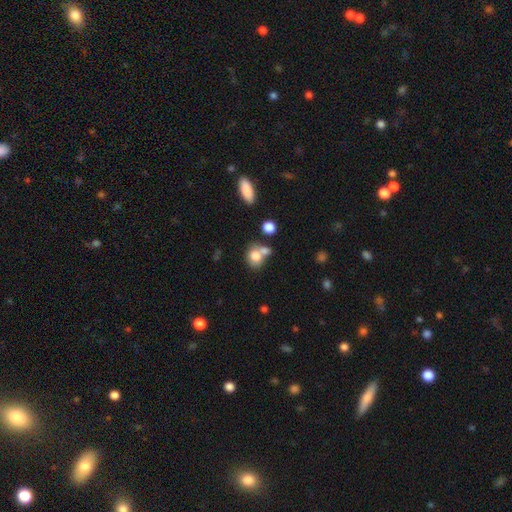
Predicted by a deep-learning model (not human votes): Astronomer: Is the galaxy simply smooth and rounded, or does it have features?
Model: smooth — 77%.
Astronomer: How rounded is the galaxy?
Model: round — 54% (runner-up: in between, 44%).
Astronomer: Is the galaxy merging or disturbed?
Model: merger — 44% (runner-up: none, 38%).